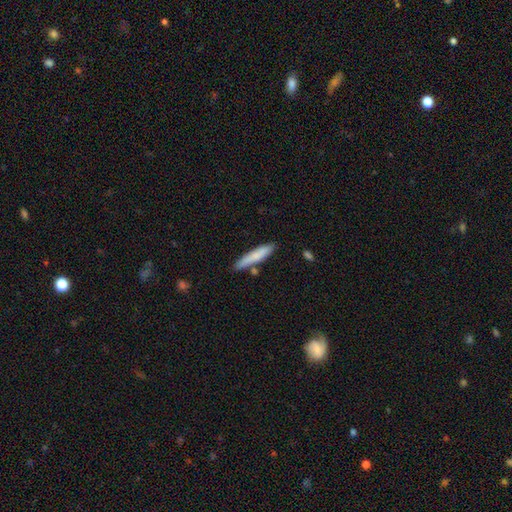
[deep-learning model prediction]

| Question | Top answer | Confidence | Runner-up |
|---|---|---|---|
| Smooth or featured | smooth | 75% | featured or disk (19%) |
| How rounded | cigar-shaped | 89% | in between (9%) |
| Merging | none | 77% | minor disturbance (14%) |